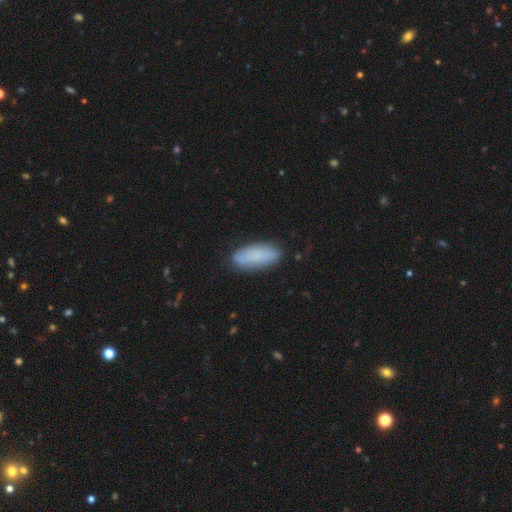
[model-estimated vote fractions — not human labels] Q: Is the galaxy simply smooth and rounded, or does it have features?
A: smooth — 80%.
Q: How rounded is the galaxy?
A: in between — 70%.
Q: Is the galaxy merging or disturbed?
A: none — 80%.